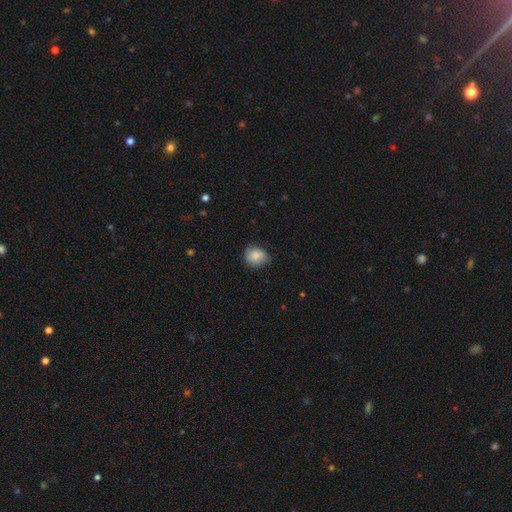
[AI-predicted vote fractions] Smooth or featured: smooth — 83% (featured or disk — 9%)
How rounded: round — 69% (in between — 30%)
Merging: none — 72% (minor disturbance — 23%)